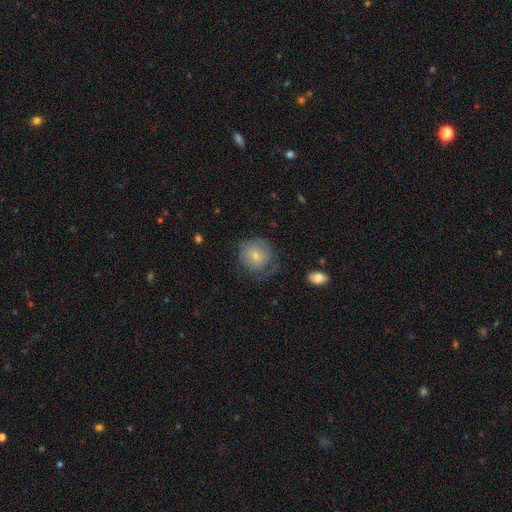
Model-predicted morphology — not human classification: This appears to be a smooth galaxy with no disk features (68%) that is round (87%). Merging: none (54%).